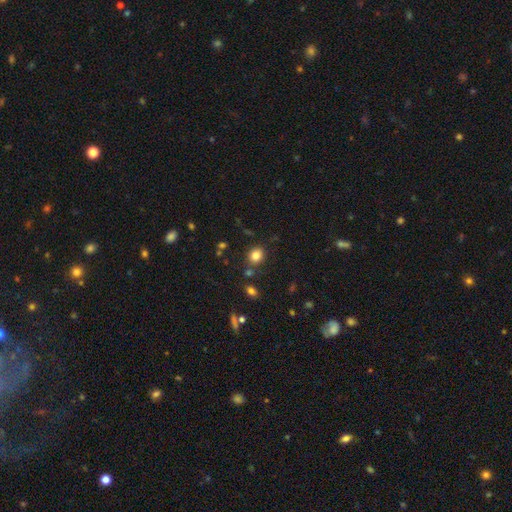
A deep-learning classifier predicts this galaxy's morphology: Smooth or featured: smooth — 82% (star or artifact — 12%)
How rounded: round — 65% (in between — 34%)
Merging: none — 80% (minor disturbance — 10%)